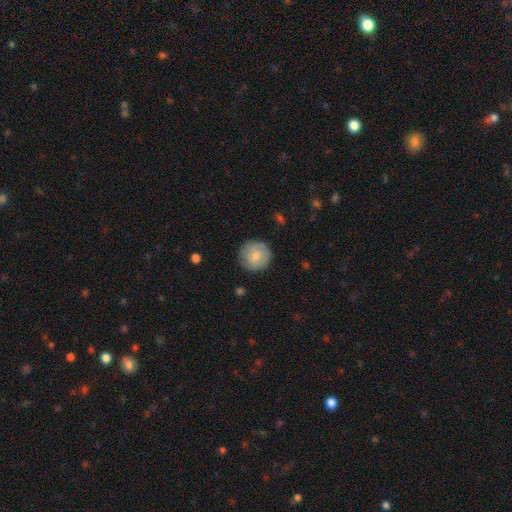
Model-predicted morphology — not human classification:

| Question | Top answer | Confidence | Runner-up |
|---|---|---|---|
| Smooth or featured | smooth | 70% | featured or disk (24%) |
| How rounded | round | 94% | in between (5%) |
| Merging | none | 84% | minor disturbance (12%) |